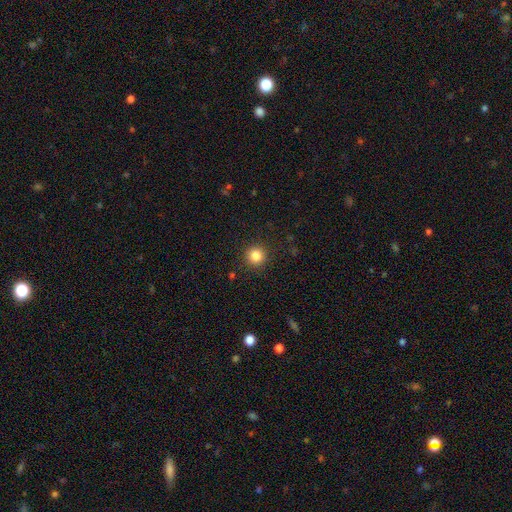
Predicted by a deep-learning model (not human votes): This appears to be a smooth galaxy with no disk features (84%) that is round (95%). Merging: none (91%).